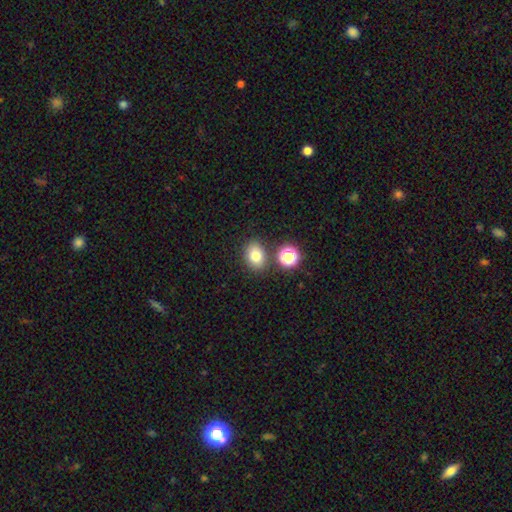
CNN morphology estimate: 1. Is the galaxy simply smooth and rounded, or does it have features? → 76% smooth, 14% star or artifact, 10% featured or disk.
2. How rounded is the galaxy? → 64% in between, 35% round, 1% cigar-shaped.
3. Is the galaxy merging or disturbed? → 79% none, 10% minor disturbance, 8% merger, 3% major disturbance.